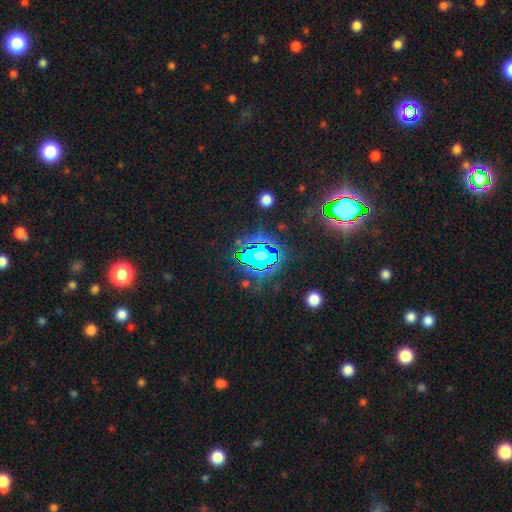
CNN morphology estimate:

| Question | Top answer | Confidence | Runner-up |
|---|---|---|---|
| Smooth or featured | star or artifact | 82% | smooth (11%) |